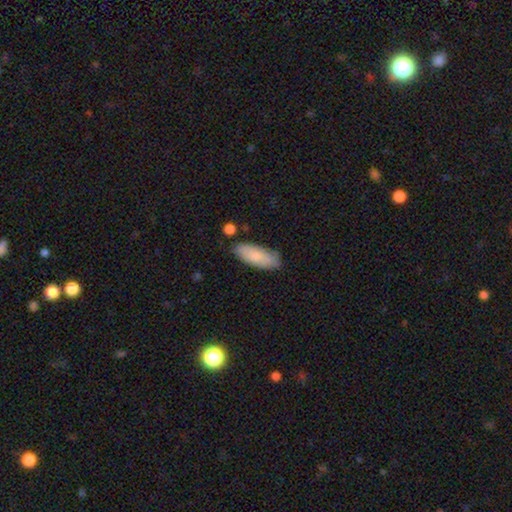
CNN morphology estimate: Smooth or featured? Predicted: smooth (p=0.82). How rounded? Predicted: in between (p=0.76). Merging? Predicted: none (p=0.79).